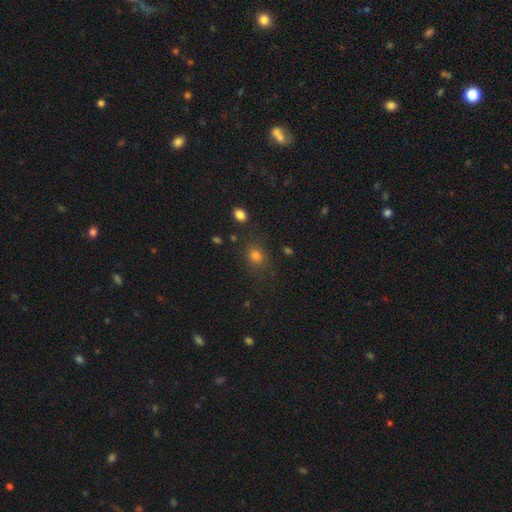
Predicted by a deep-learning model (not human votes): Smooth or featured? Predicted: smooth (p=0.76). How rounded? Predicted: round (p=0.70). Merging? Predicted: none (p=0.79).